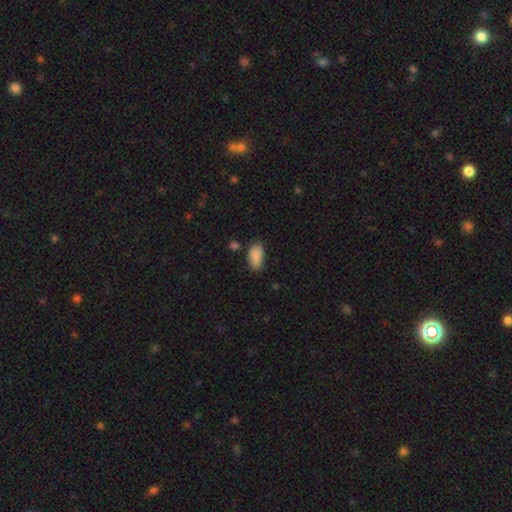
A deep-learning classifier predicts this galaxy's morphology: smooth_or_featured: smooth (p=0.88) [alt: star or artifact p=0.08]
how_rounded: in between (p=0.92) [alt: cigar-shaped p=0.04]
merging: none (p=0.71) [alt: minor disturbance p=0.21]